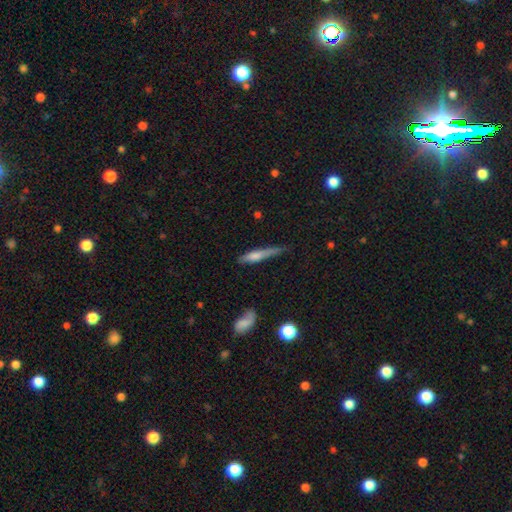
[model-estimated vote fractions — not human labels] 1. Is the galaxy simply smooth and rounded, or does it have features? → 52% smooth, 40% featured or disk, 8% star or artifact.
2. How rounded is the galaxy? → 89% cigar-shaped, 9% in between, 2% round.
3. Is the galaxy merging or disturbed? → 58% none, 30% minor disturbance, 8% major disturbance, 3% merger.